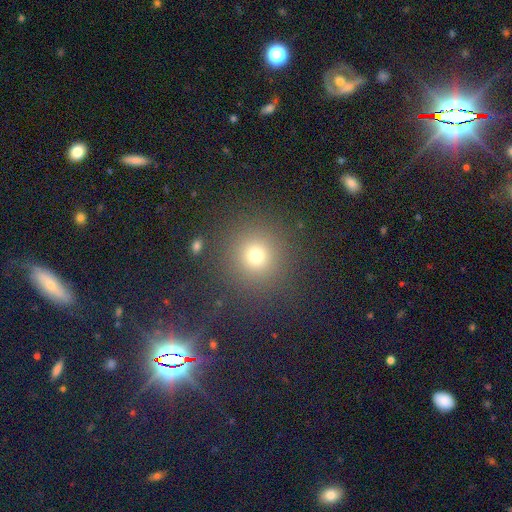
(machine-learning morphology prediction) Overall: smooth (72%). How rounded: round (93%). Merging: none (87%).